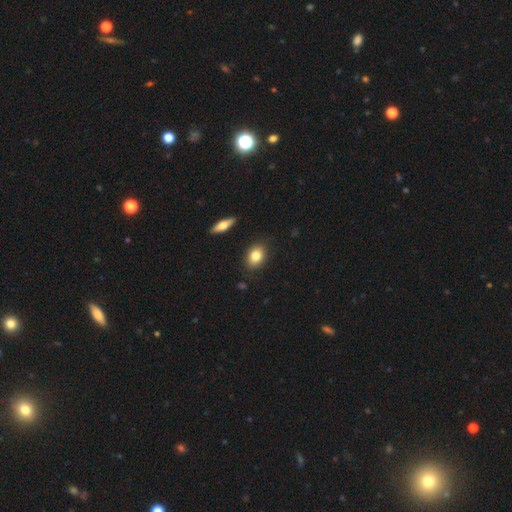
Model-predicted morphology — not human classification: Smooth or featured? Predicted: smooth (p=0.80). How rounded? Predicted: in between (p=0.74). Merging? Predicted: none (p=0.86).